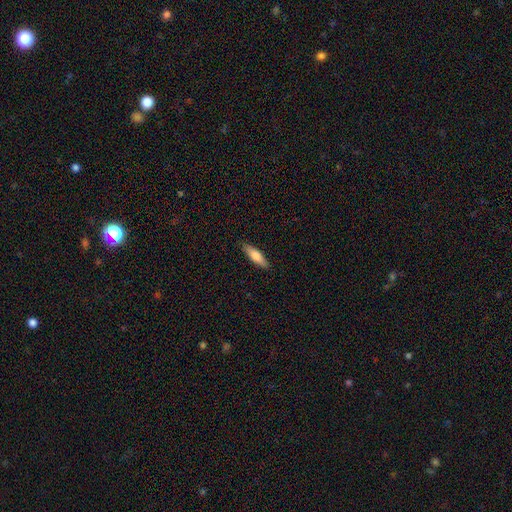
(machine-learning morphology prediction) A smooth galaxy with no disk features (73%) that is cigar-shaped (64%).

Vote fractions:
- Smooth or featured? smooth: 73% / featured or disk: 22% / star or artifact: 6%
- How rounded? cigar-shaped: 64% / in between: 34% / round: 2%
- Merging? none: 88% / minor disturbance: 9% / major disturbance: 2% / merger: 1%